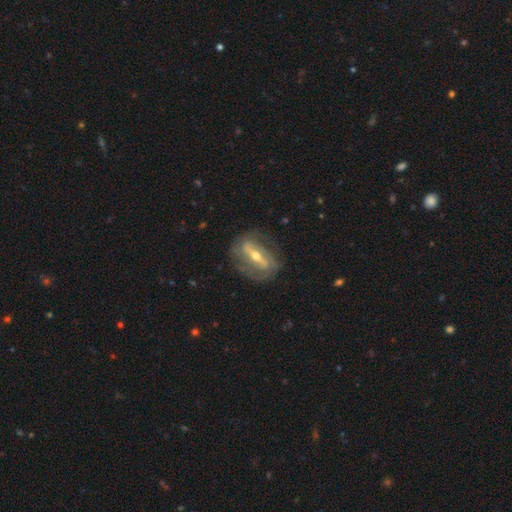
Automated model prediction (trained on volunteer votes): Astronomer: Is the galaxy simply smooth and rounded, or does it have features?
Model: featured or disk — 81%.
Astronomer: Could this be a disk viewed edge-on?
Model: no — 82%.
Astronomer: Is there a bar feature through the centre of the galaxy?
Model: strong — 68%.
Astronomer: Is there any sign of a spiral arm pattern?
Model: yes — 75%.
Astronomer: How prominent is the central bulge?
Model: moderate — 58% (runner-up: small, 37%).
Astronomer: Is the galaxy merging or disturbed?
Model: none — 74%.